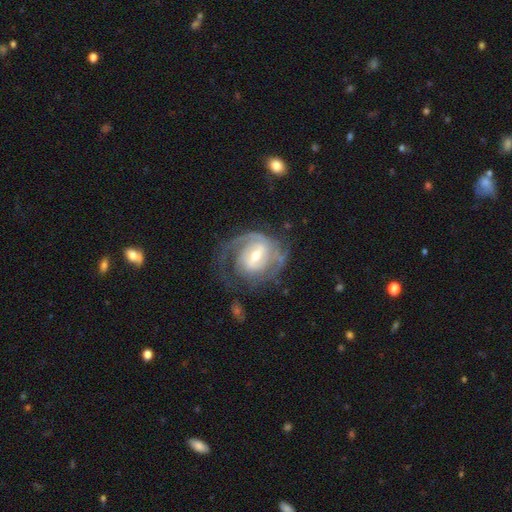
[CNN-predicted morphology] Q: Smooth or featured?
A: featured or disk (87%); runner-up: smooth (9%)
Q: Edge-on disk?
A: no (97%); runner-up: yes (3%)
Q: Bar?
A: weak (54%); runner-up: strong (25%)
Q: Spiral arms?
A: yes (95%); runner-up: no (5%)
Q: Spiral winding?
A: tight (52%); runner-up: medium (36%)
Q: Spiral arm count?
A: 2 (46%); runner-up: can't tell (20%)
Q: Bulge size?
A: moderate (56%); runner-up: small (37%)
Q: Merging?
A: none (56%); runner-up: major disturbance (22%)